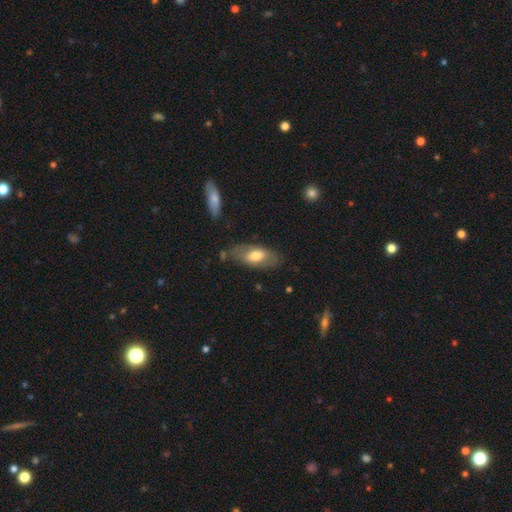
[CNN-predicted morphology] smooth 60%, featured or disk 33%, star or artifact 6%. Down the decision tree: how rounded — in between (87%); merging — none (71%).